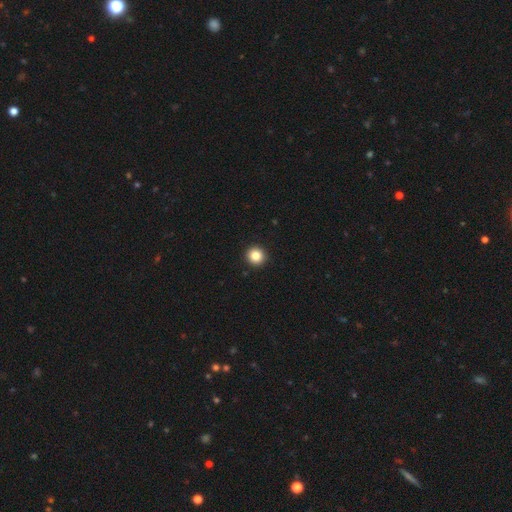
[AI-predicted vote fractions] Smooth or featured? Predicted: smooth (p=0.84). How rounded? Predicted: round (p=0.94). Merging? Predicted: none (p=0.94).